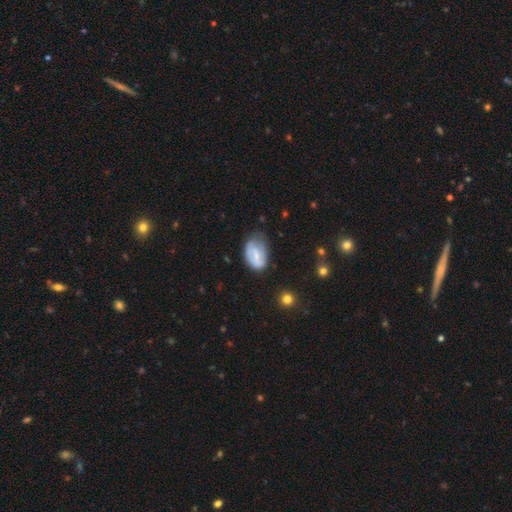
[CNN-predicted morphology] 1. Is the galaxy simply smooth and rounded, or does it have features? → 49% smooth, 44% featured or disk, 7% star or artifact.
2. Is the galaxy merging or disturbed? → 46% none, 36% minor disturbance, 15% major disturbance, 3% merger.